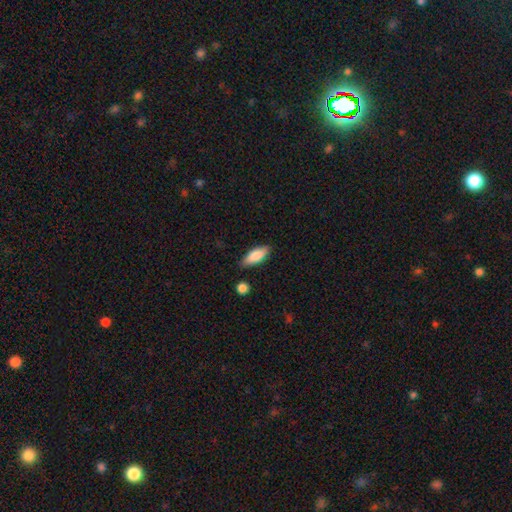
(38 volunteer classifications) A smooth galaxy with no disk features (84%) that is in between round and cigar-shaped (75%).

Vote fractions:
- Smooth or featured? smooth: 84% / featured or disk: 8% / star or artifact: 8%
- How rounded? in between: 75% / cigar-shaped: 22% / round: 3%
- Merging? none: 83% / minor disturbance: 9% / merger: 6% / major disturbance: 3%